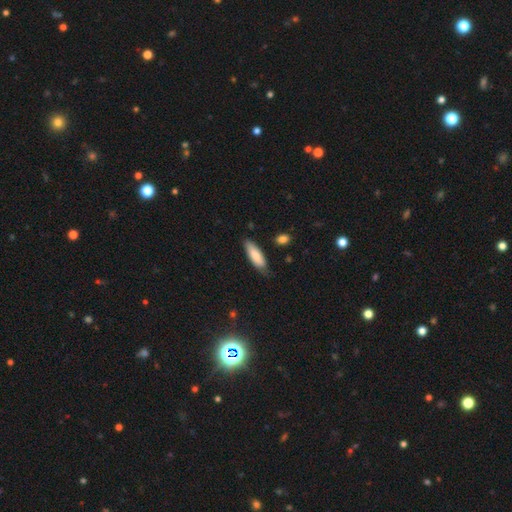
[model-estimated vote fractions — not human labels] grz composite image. It shows a smooth galaxy with no disk features (82%) that is in between round and cigar-shaped (54%). Merging: none (75%).